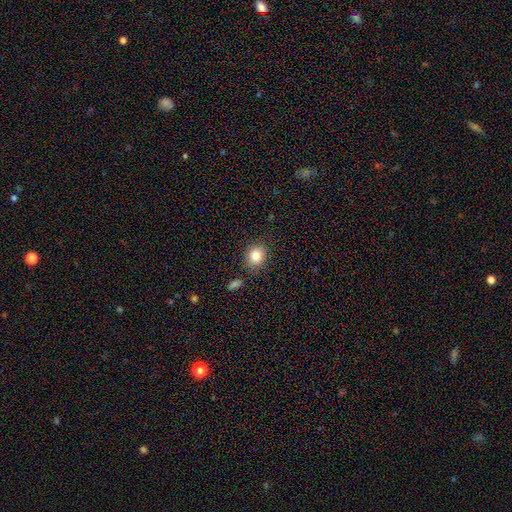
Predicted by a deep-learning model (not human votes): Overall: smooth (84%). How rounded: round (68%; in between 31%). Merging: none (83%).